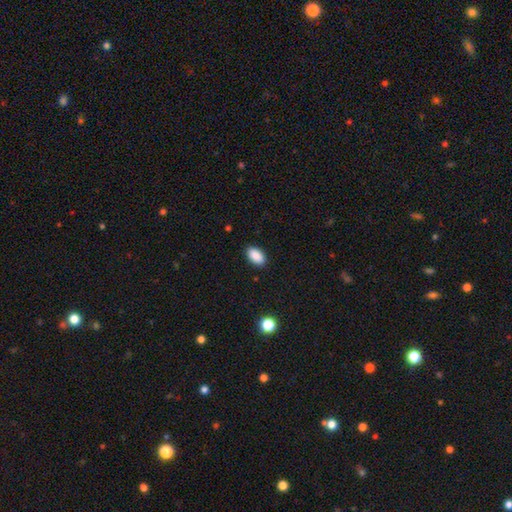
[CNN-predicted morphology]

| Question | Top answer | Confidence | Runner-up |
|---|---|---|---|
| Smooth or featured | smooth | 89% | star or artifact (8%) |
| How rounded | in between | 93% | round (5%) |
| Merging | none | 89% | minor disturbance (8%) |